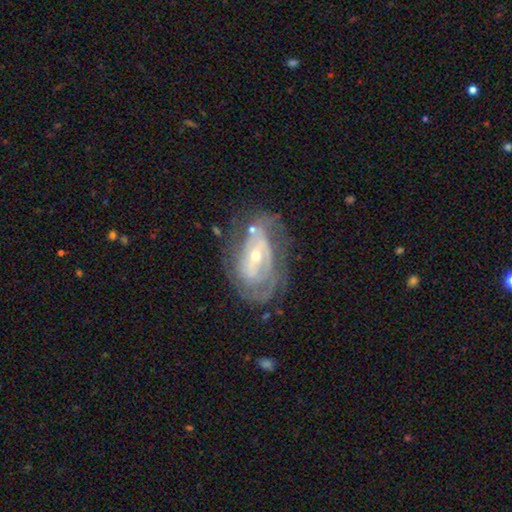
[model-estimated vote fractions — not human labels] This is clearly a featured or disk galaxy (82%). It is clearly not viewed edge-on (95%). Bar: possibly no (46%). Spiral arm pattern: clearly yes (83%). Spiral arm count: marginally can't tell (42%). Spiral winding: possibly tight (59%). Central bulge: possibly small (59%). Merging: possibly none (55%).